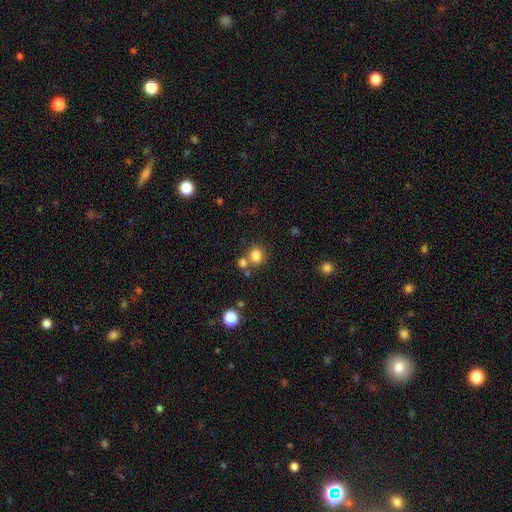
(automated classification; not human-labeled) A smooth galaxy with no disk features (81%) that is round (78%).

Vote fractions:
- Smooth or featured? smooth: 81% / star or artifact: 13% / featured or disk: 6%
- How rounded? round: 78% / in between: 21% / cigar-shaped: 1%
- Merging? none: 63% / merger: 24% / minor disturbance: 9% / major disturbance: 4%